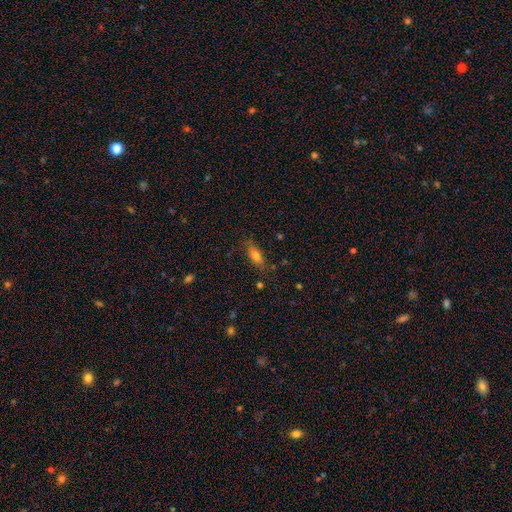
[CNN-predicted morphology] Q: Smooth or featured?
A: smooth (76%); runner-up: featured or disk (15%)
Q: How rounded?
A: in between (76%); runner-up: cigar-shaped (21%)
Q: Merging?
A: none (74%); runner-up: minor disturbance (18%)